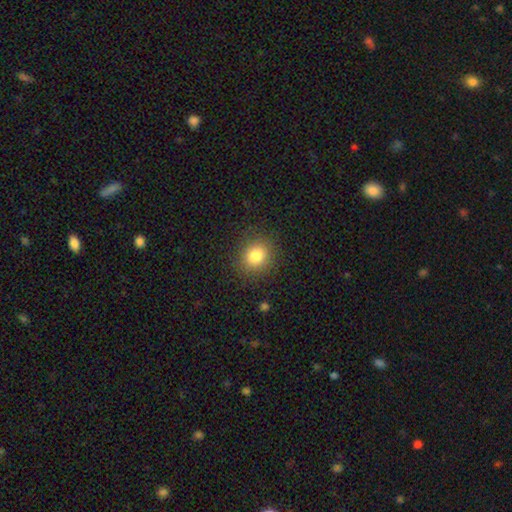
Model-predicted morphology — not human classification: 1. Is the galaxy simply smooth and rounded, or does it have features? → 82% smooth, 11% star or artifact, 7% featured or disk.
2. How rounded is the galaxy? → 77% round, 22% in between, 1% cigar-shaped.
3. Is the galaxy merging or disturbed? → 87% none, 8% minor disturbance, 3% major disturbance, 1% merger.